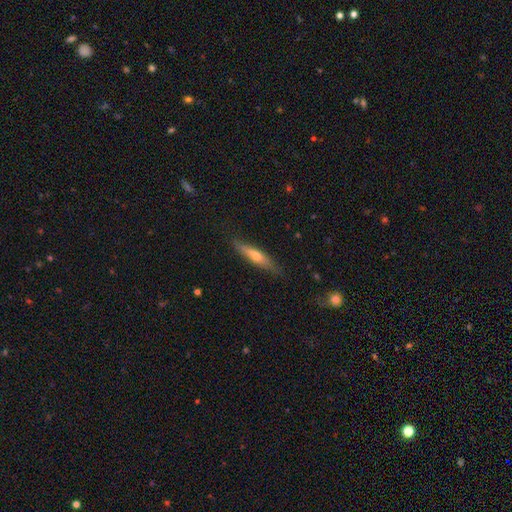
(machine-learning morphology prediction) smooth-or-featured: featured or disk: 52% | smooth: 41% | star or artifact: 7%
  disk-edge-on: yes: 91% | no: 9%
  merging: none: 83% | minor disturbance: 13% | major disturbance: 2% | merger: 1%